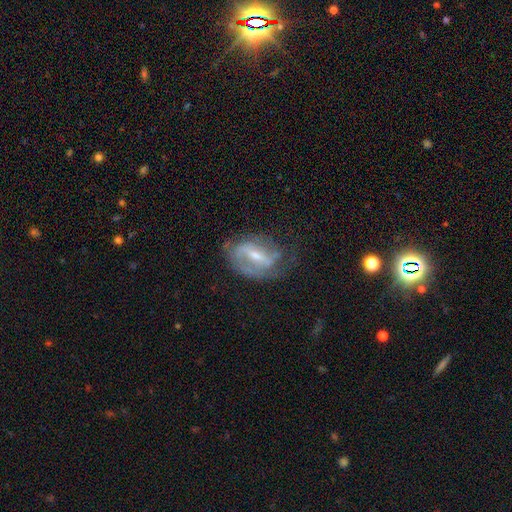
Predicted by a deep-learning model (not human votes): Smooth or featured?
  - featured or disk: 78% *
  - smooth: 15%
  - star or artifact: 7%
Edge-on disk?
  - no: 95% *
  - yes: 5%
Bar?
  - strong: 48% *
  - weak: 39%
  - no: 13%
Spiral arms?
  - yes: 82% *
  - no: 18%
Spiral winding?
  - medium: 42% *
  - tight: 31%
  - loose: 27%
Spiral arm count?
  - 2: 63% *
  - can't tell: 19%
  - 1: 11%
  - 3: 4%
  - 4: 1%
  - more than 4: 1%
Bulge size?
  - small: 51% *
  - moderate: 43%
  - none: 3%
  - large: 2%
  - dominant: 1%
Merging?
  - none: 54% *
  - minor disturbance: 26%
  - major disturbance: 18%
  - merger: 2%